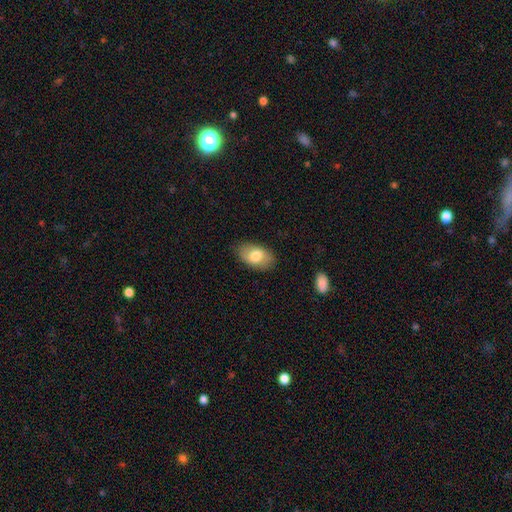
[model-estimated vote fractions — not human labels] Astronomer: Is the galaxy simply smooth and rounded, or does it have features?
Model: smooth — 72%.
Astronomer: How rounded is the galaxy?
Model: in between — 93%.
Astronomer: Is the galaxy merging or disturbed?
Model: none — 83%.